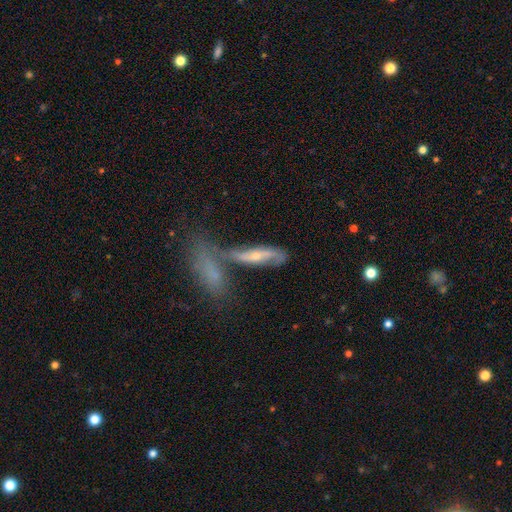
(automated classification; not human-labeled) This is likely a featured or disk galaxy (63%). It is likely not viewed edge-on (61%). Merging: marginally none (40%).